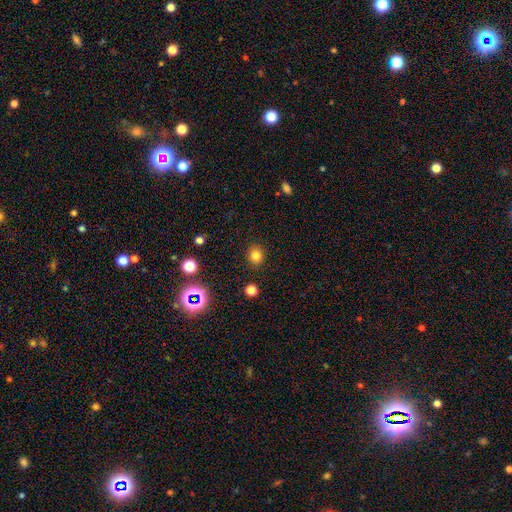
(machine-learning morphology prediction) type=smooth (80%); roundness=round (73%); merging=none (89%).